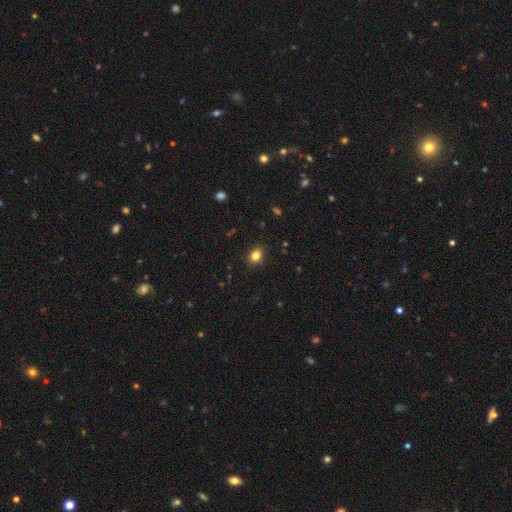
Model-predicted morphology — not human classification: This appears to be a smooth galaxy with no disk features (83%) that is in between round and cigar-shaped (52%). Merging: none (86%).